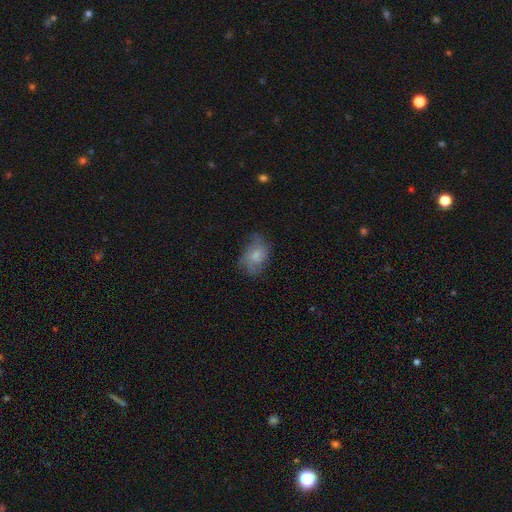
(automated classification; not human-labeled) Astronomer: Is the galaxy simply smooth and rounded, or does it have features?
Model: smooth — 59%.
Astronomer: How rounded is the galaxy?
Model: in between — 81%.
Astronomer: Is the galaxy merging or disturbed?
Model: none — 55%.